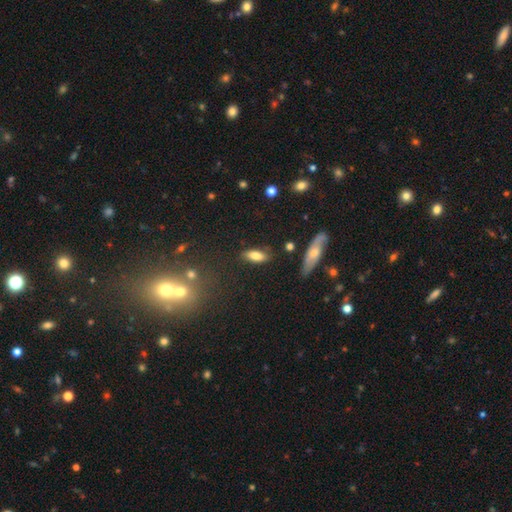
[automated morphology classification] The model was most divided on "how rounded": in between: 76%, cigar-shaped: 21%, round: 3%. More confident: smooth or featured — smooth (79%); merging — none (79%).